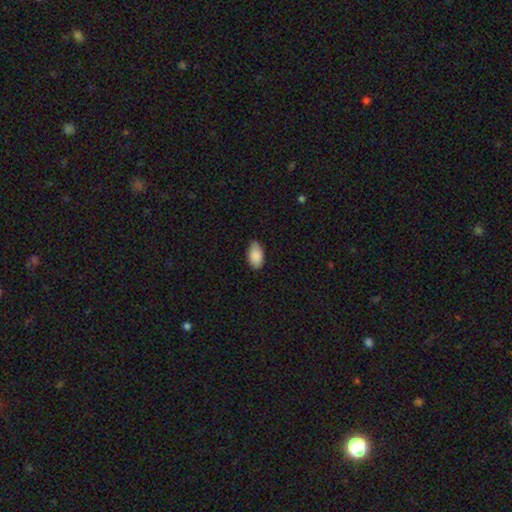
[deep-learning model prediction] The model was most divided on "merging": none: 79%, minor disturbance: 18%, major disturbance: 3%, merger: 1%. More confident: how rounded — in between (94%); smooth or featured — smooth (89%).